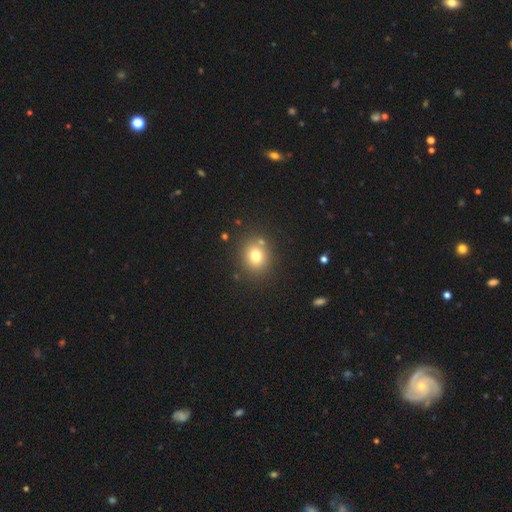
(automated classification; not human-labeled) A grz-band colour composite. It shows a smooth galaxy with no disk features (75%) that is round (77%). Merging: none (81%).